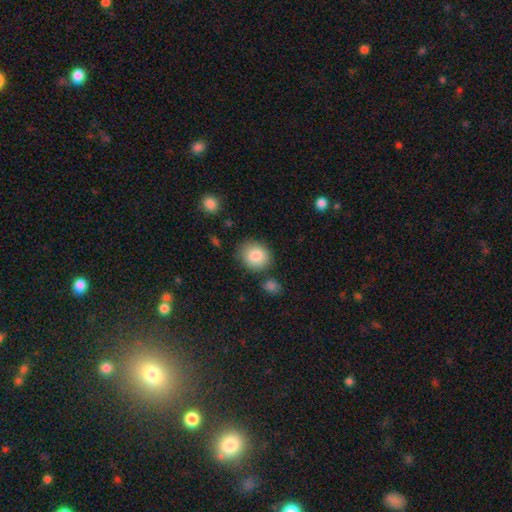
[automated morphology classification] This is clearly a smooth galaxy (85%). How rounded: likely round (72%). Merging: likely none (77%).